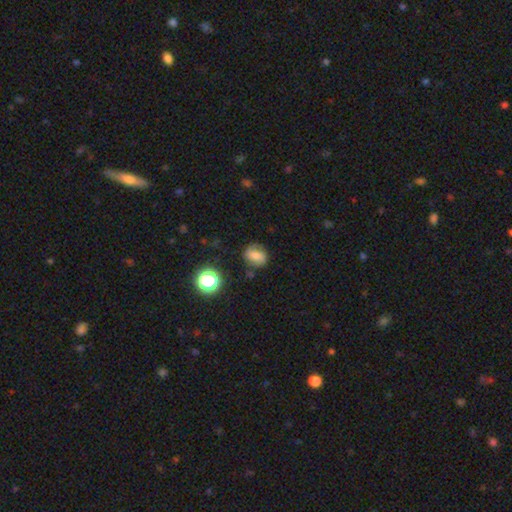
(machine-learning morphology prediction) The model was most divided on "smooth or featured": smooth: 53%, featured or disk: 33%, star or artifact: 14%. More confident: merging — none (71%); how rounded — round (63%).